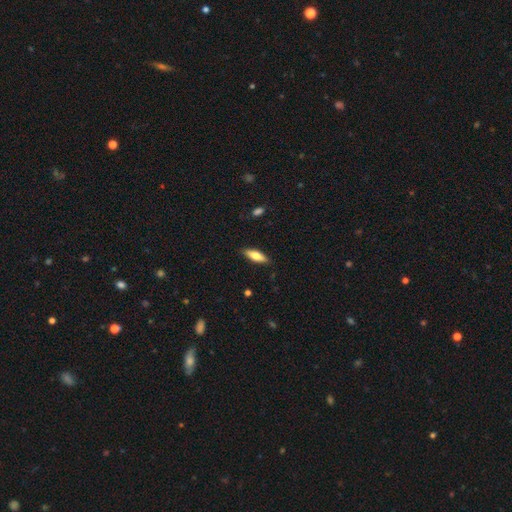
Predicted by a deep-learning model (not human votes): The model was most divided on "how rounded": in between: 56%, cigar-shaped: 42%, round: 2%. More confident: merging — none (87%); smooth or featured — smooth (74%).